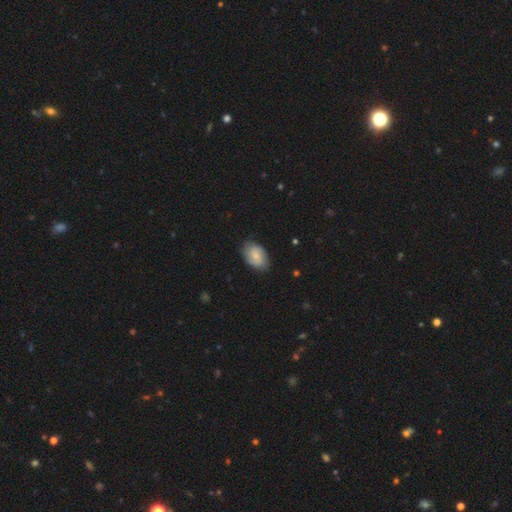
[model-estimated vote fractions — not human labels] smooth-or-featured: smooth: 64% | featured or disk: 29% | star or artifact: 7%
  how-rounded: in between: 88% | round: 11% | cigar-shaped: 1%
  merging: none: 76% | minor disturbance: 19% | major disturbance: 4% | merger: 1%